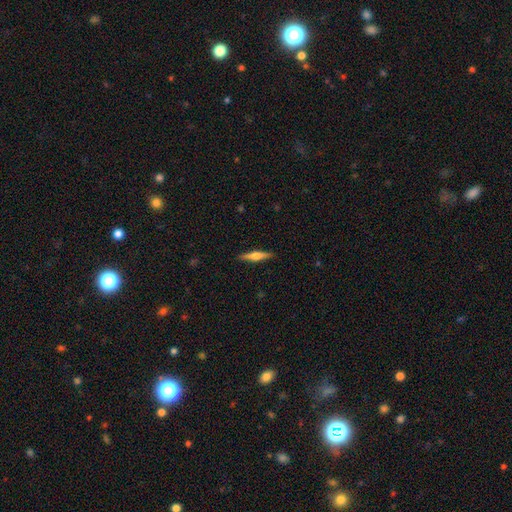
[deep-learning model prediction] Smooth or featured? featured or disk (63%)
Edge-on disk? yes (98%)
Edge-on bulge? rounded (89%)
Merging? none (91%)